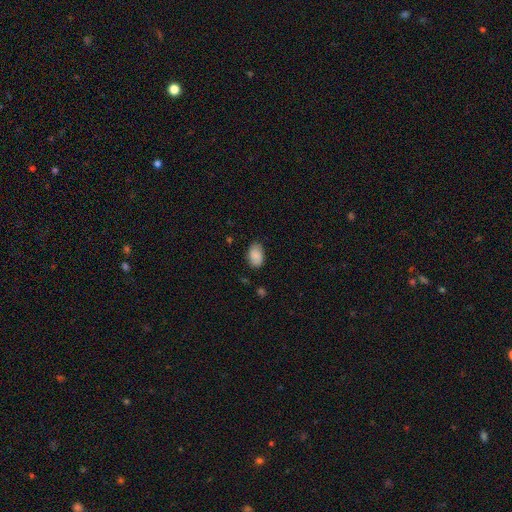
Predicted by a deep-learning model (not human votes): Q: Smooth or featured?
A: smooth (87%); runner-up: star or artifact (7%)
Q: How rounded?
A: in between (91%); runner-up: round (8%)
Q: Merging?
A: none (78%); runner-up: minor disturbance (17%)